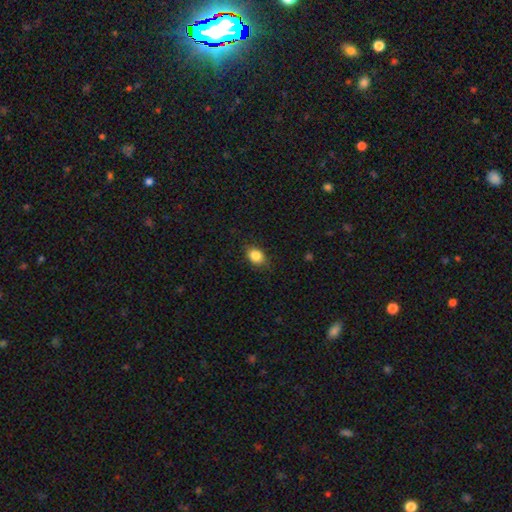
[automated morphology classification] The model was most divided on "how rounded": in between: 70%, round: 29%, cigar-shaped: 1%. More confident: smooth or featured — smooth (85%); merging — none (84%).